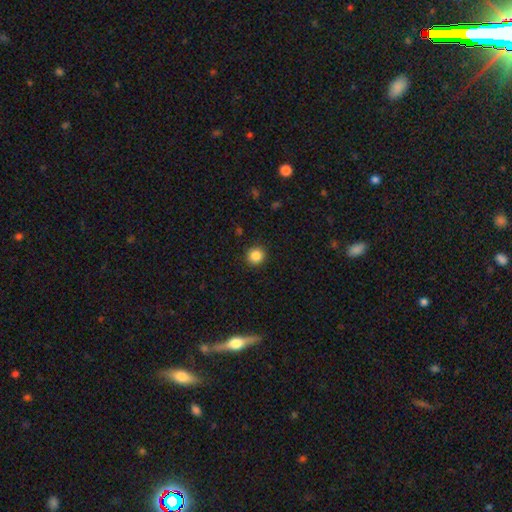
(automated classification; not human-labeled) smooth-or-featured: smooth: 86% | star or artifact: 10% | featured or disk: 4%
  how-rounded: round: 91% | in between: 8% | cigar-shaped: 1%
  merging: none: 91% | minor disturbance: 6% | major disturbance: 2% | merger: 1%